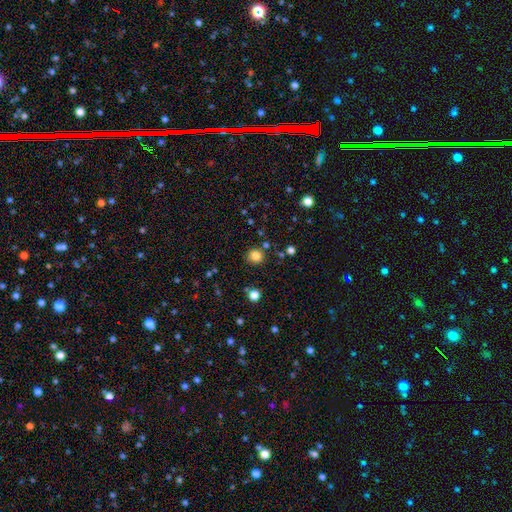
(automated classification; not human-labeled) Smooth or featured? smooth (82%)
How rounded? round (88%)
Merging? none (84%)